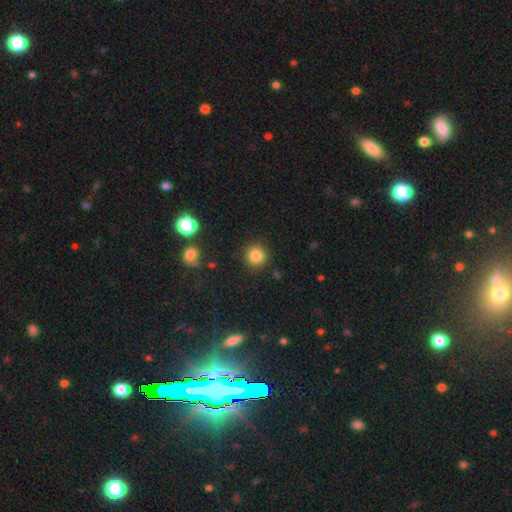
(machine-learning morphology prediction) This appears to be a smooth galaxy with no disk features (84%) that is round (94%). Merging: none (90%).